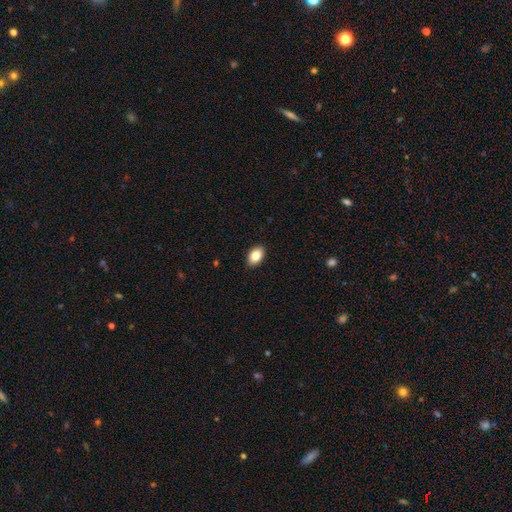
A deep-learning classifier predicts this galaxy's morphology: Overall: smooth (85%). How rounded: in between (88%). Merging: none (90%).